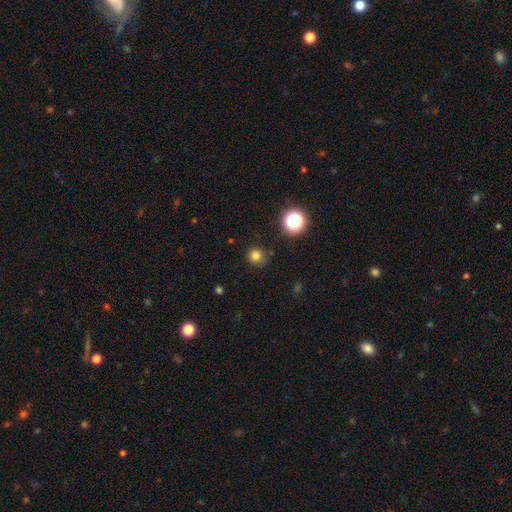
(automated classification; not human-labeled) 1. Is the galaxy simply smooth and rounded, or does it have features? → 78% smooth, 17% star or artifact, 5% featured or disk.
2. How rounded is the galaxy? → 90% round, 9% in between, 1% cigar-shaped.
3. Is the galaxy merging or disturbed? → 82% none, 12% minor disturbance, 3% major disturbance, 2% merger.